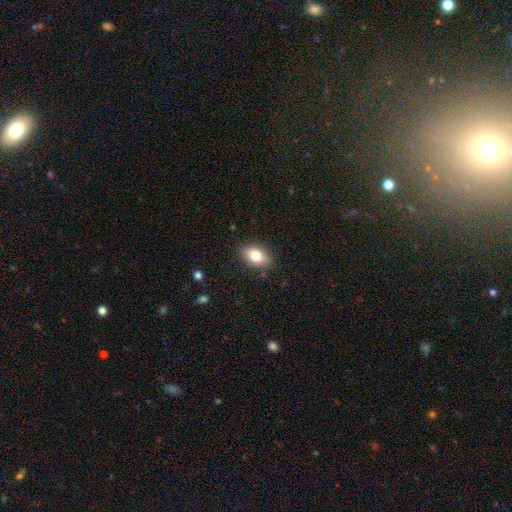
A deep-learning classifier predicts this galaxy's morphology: This is clearly a smooth galaxy (82%). How rounded: clearly in between (86%). Merging: clearly none (85%).